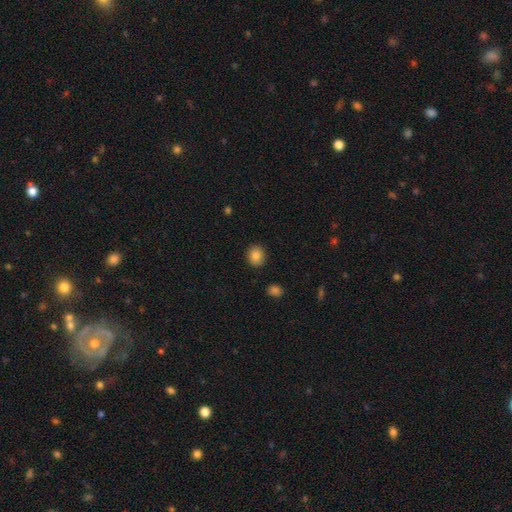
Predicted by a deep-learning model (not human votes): smooth-or-featured: smooth: 85% | star or artifact: 9% | featured or disk: 6%
  how-rounded: round: 76% | in between: 23% | cigar-shaped: 1%
  merging: none: 91% | minor disturbance: 6% | major disturbance: 2% | merger: 1%